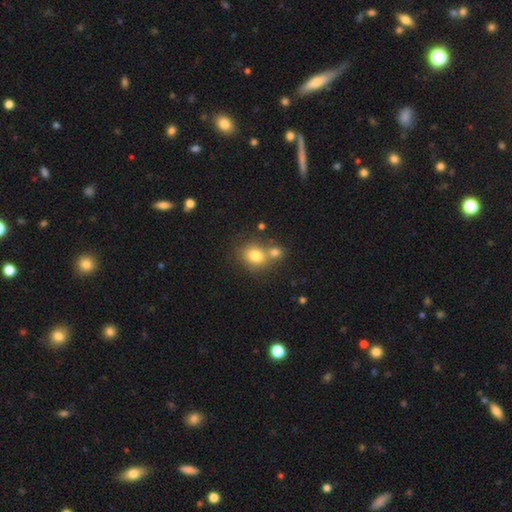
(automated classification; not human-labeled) This appears to be a smooth galaxy with no disk features (78%) that is round (67%). Merging: none (47%).